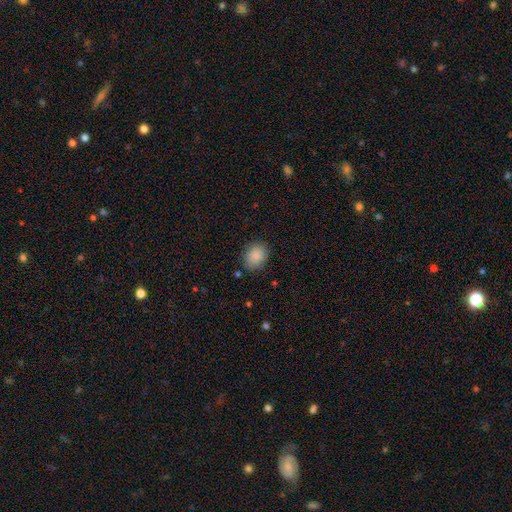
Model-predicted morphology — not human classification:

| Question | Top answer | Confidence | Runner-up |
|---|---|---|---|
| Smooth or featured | smooth | 88% | star or artifact (8%) |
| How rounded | in between | 58% | round (41%) |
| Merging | none | 84% | minor disturbance (12%) |